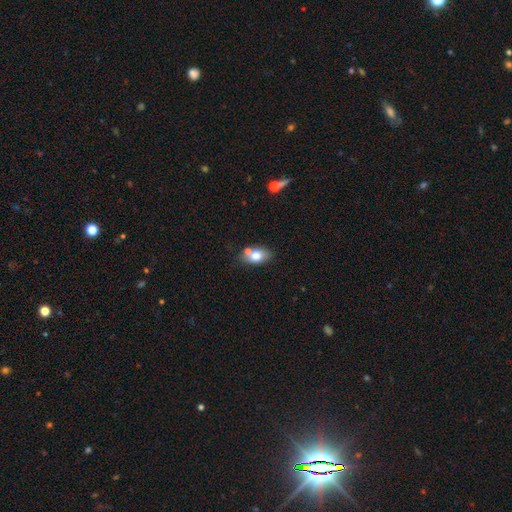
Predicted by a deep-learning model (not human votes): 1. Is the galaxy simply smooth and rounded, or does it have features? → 74% smooth, 17% featured or disk, 9% star or artifact.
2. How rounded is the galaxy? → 81% in between, 17% round, 2% cigar-shaped.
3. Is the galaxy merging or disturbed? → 58% none, 23% merger, 15% minor disturbance, 4% major disturbance.